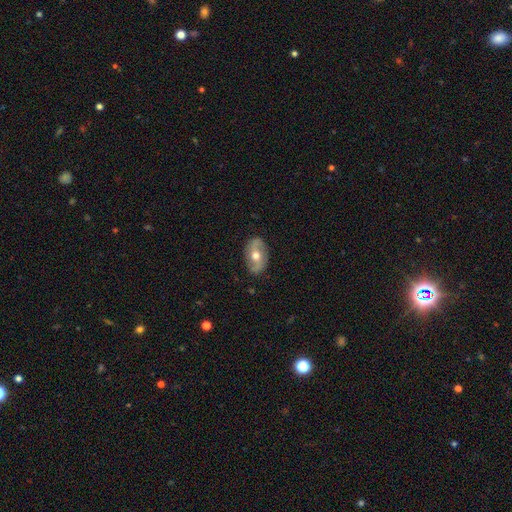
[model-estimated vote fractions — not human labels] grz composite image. It shows a featured or disk galaxy (64%) with no bar (50%), spiral arms (69%) and a moderate central bulge (79%). Merging: none (83%).